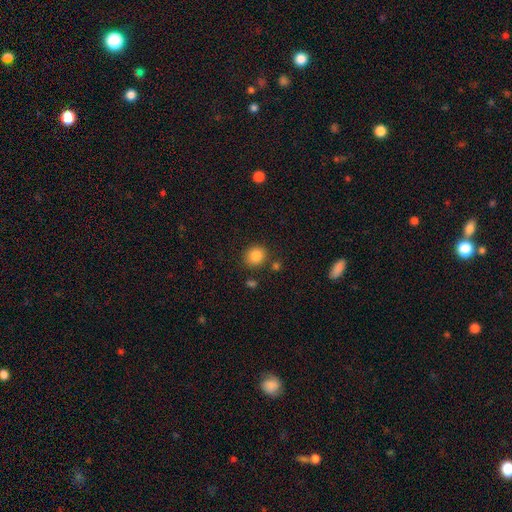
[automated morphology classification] Smooth or featured? Predicted: smooth (p=0.84). How rounded? Predicted: round (p=0.84). Merging? Predicted: none (p=0.84).